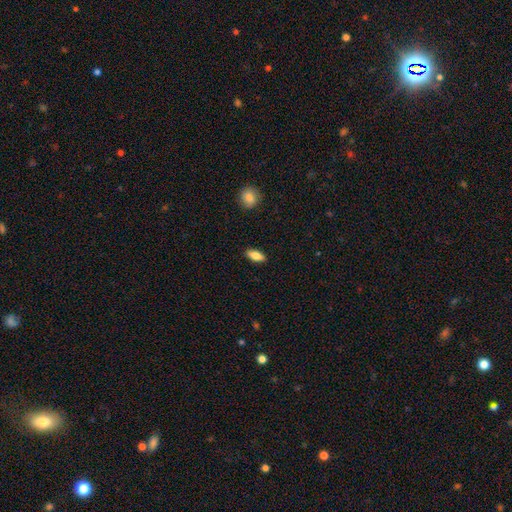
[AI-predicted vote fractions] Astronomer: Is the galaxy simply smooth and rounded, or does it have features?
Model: smooth — 78%.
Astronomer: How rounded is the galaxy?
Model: in between — 78%.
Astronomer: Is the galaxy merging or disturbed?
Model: none — 89%.